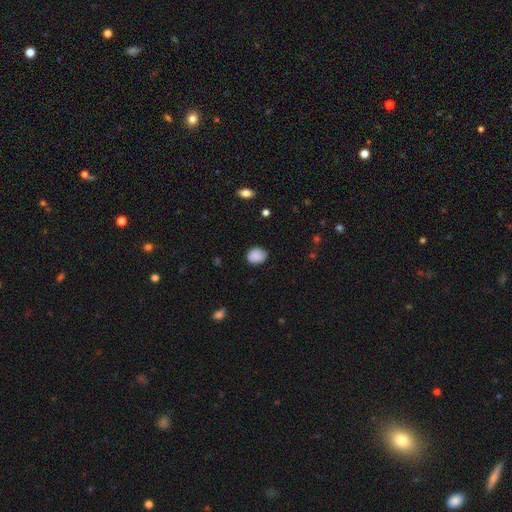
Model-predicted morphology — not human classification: smooth 87%, star or artifact 8%, featured or disk 5%. Down the decision tree: how rounded — round (50%); merging — none (77%).